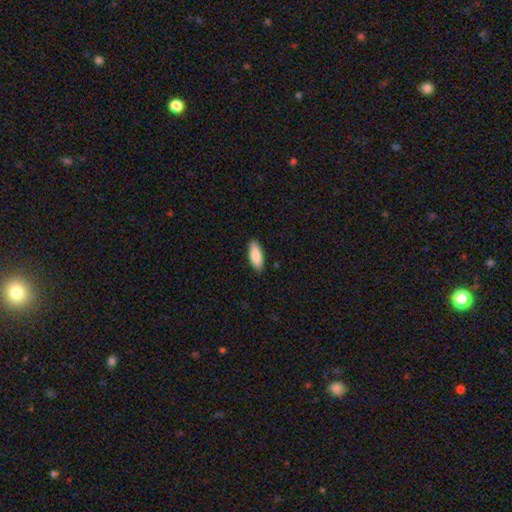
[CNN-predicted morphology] A smooth galaxy with no disk features (86%) that is in between round and cigar-shaped (73%).

Vote fractions:
- Smooth or featured? smooth: 86% / featured or disk: 8% / star or artifact: 6%
- How rounded? in between: 73% / cigar-shaped: 25% / round: 2%
- Merging? none: 89% / minor disturbance: 8% / major disturbance: 2% / merger: 1%